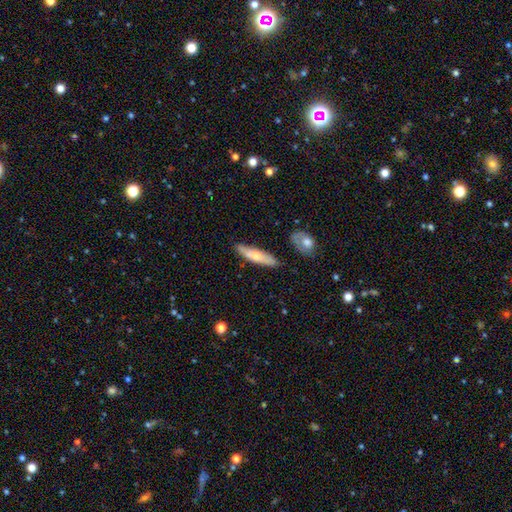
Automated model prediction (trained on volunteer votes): A smooth galaxy with no disk features (62%) that is cigar-shaped (74%).

Vote fractions:
- Smooth or featured? smooth: 62% / featured or disk: 32% / star or artifact: 6%
- How rounded? cigar-shaped: 74% / in between: 24% / round: 2%
- Merging? none: 79% / minor disturbance: 15% / merger: 4% / major disturbance: 3%